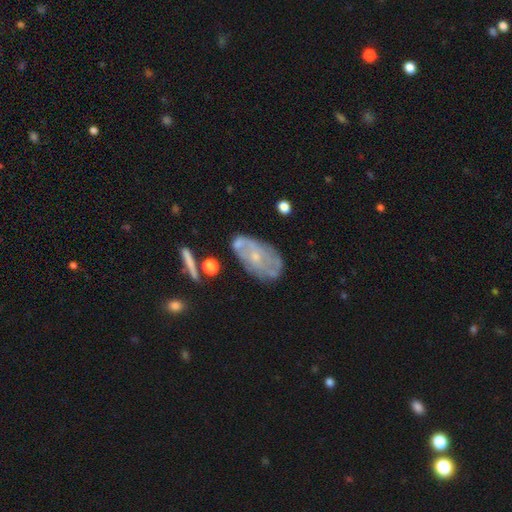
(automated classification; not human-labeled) Smooth or featured?
  - featured or disk: 62% *
  - smooth: 30%
  - star or artifact: 8%
Edge-on disk?
  - no: 93% *
  - yes: 7%
Bar?
  - no: 81% *
  - weak: 16%
  - strong: 3%
Spiral arms?
  - no: 53% *
  - yes: 47%
Bulge size?
  - small: 69% *
  - moderate: 24%
  - none: 5%
  - large: 1%
  - dominant: 1%
Merging?
  - none: 54% *
  - minor disturbance: 25%
  - major disturbance: 12%
  - merger: 8%